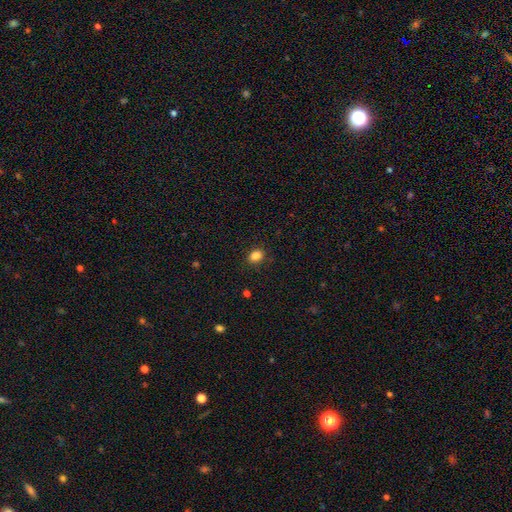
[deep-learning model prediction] Smooth or featured? Predicted: smooth (p=0.86). How rounded? Predicted: in between (p=0.61). Merging? Predicted: none (p=0.87).